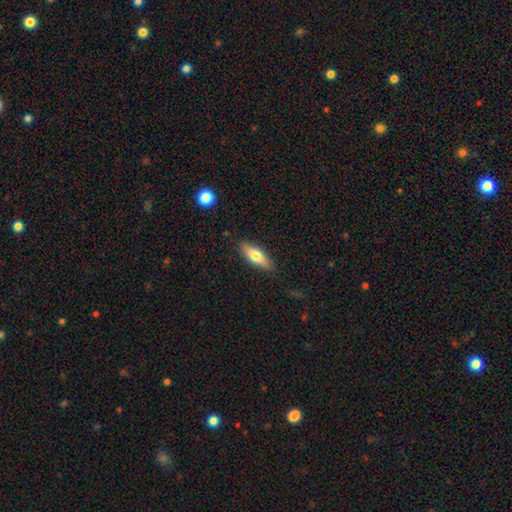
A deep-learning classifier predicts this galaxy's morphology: smooth_or_featured: smooth (p=0.66) [alt: featured or disk p=0.28]
how_rounded: in between (p=0.54) [alt: cigar-shaped p=0.44]
merging: none (p=0.86) [alt: minor disturbance p=0.10]